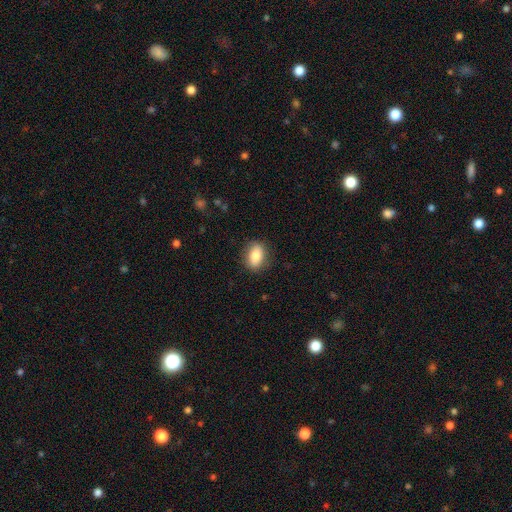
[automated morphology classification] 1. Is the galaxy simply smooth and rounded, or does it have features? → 80% smooth, 13% featured or disk, 7% star or artifact.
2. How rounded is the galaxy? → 79% in between, 18% round, 3% cigar-shaped.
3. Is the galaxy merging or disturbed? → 84% none, 12% minor disturbance, 3% major disturbance, 1% merger.